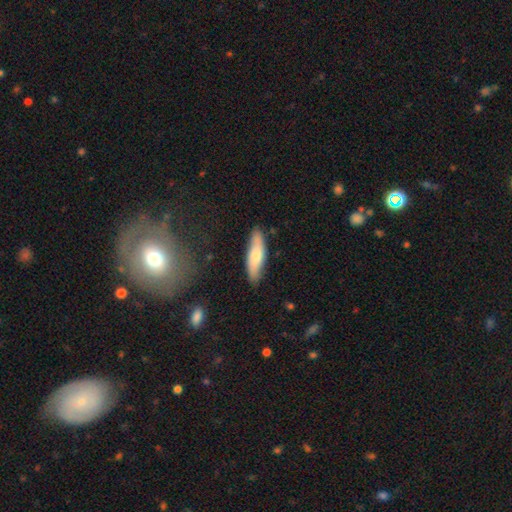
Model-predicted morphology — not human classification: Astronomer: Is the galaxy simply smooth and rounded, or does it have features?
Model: smooth — 69%.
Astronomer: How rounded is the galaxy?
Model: cigar-shaped — 60% (runner-up: in between, 38%).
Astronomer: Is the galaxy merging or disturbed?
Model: none — 84%.